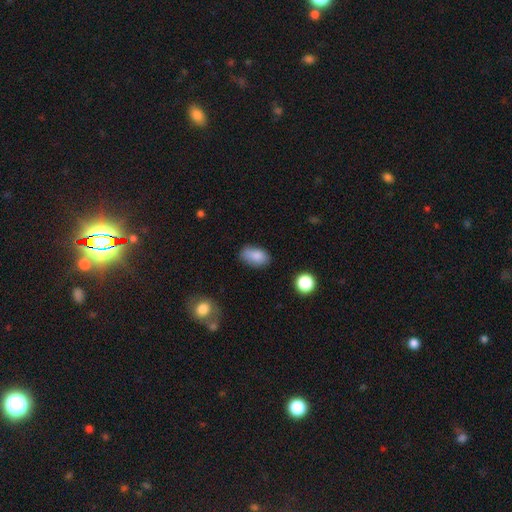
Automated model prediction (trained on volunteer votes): Morphology: type=smooth (85%); roundness=in between (91%); merging=none (73%).